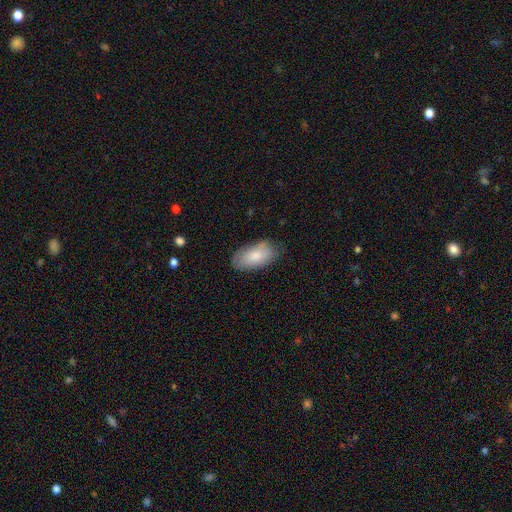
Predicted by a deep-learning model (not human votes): This is clearly a smooth galaxy (80%). How rounded: clearly in between (94%). Merging: likely none (72%).